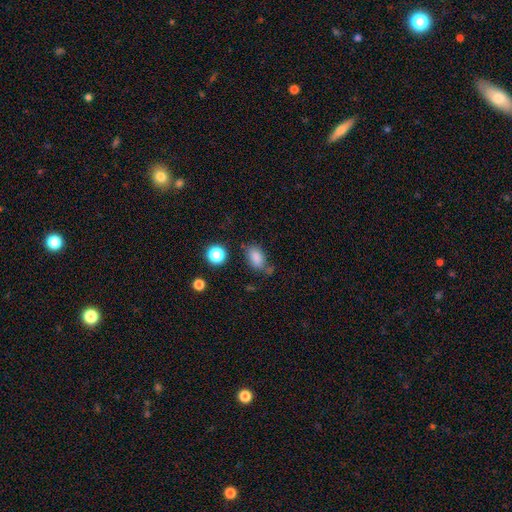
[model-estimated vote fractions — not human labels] A smooth galaxy with no disk features (83%) that is in between round and cigar-shaped (86%).

Vote fractions:
- Smooth or featured? smooth: 83% / star or artifact: 11% / featured or disk: 6%
- How rounded? in between: 86% / round: 12% / cigar-shaped: 2%
- Merging? none: 64% / minor disturbance: 21% / merger: 9% / major disturbance: 7%